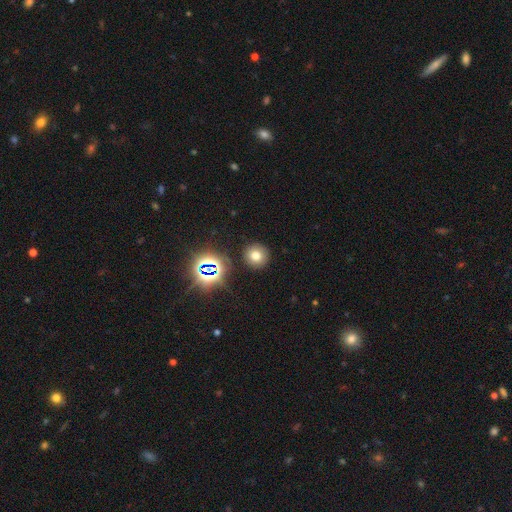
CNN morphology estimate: type=smooth (69%); roundness=round (93%); merging=none (89%).